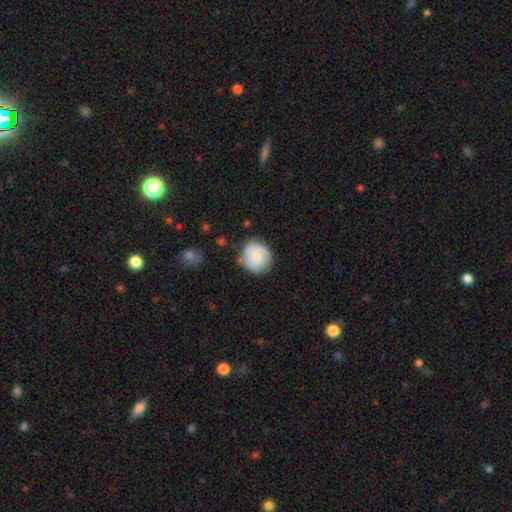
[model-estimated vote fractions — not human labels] Smooth or featured: smooth — 62% (featured or disk — 30%)
How rounded: round — 87% (in between — 12%)
Merging: none — 72% (minor disturbance — 20%)